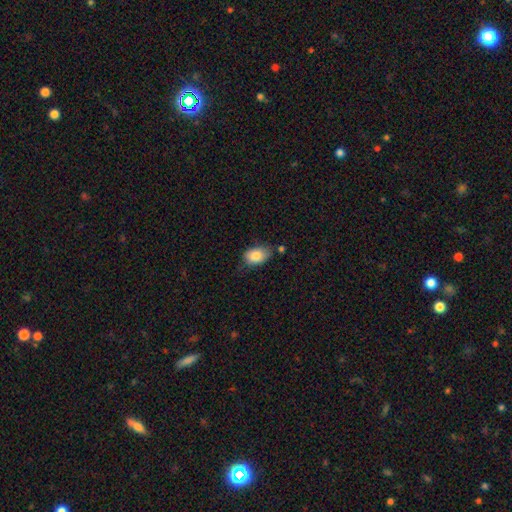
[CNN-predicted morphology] This is clearly a smooth galaxy (82%). How rounded: clearly in between (85%). Merging: likely none (62%).